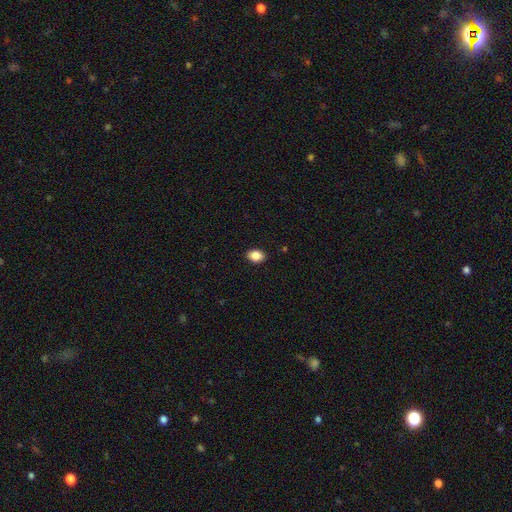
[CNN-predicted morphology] A smooth galaxy with no disk features (87%) that is in between round and cigar-shaped (78%).

Vote fractions:
- Smooth or featured? smooth: 87% / star or artifact: 8% / featured or disk: 5%
- How rounded? in between: 78% / round: 21% / cigar-shaped: 1%
- Merging? none: 89% / minor disturbance: 8% / major disturbance: 2% / merger: 1%